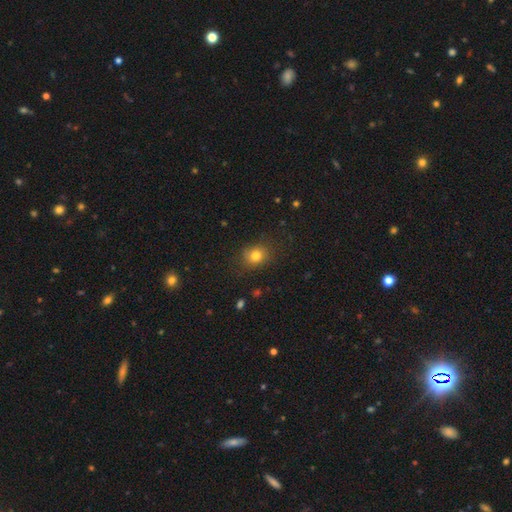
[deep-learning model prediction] smooth 80%, star or artifact 13%, featured or disk 7%. Down the decision tree: how rounded — round (63%); merging — none (82%).